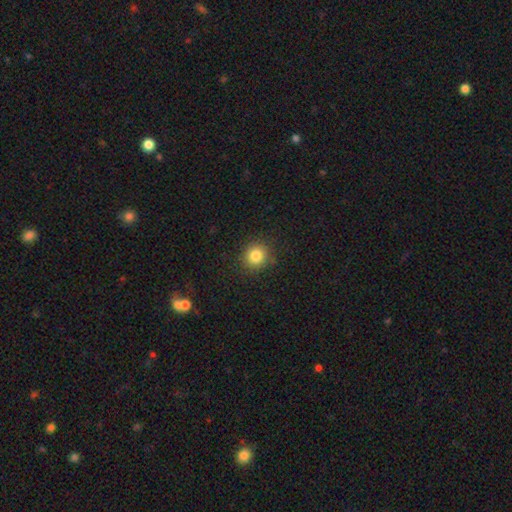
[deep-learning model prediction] smooth_or_featured: smooth (p=0.83) [alt: star or artifact p=0.11]
how_rounded: round (p=0.88) [alt: in between p=0.11]
merging: none (p=0.88) [alt: minor disturbance p=0.08]